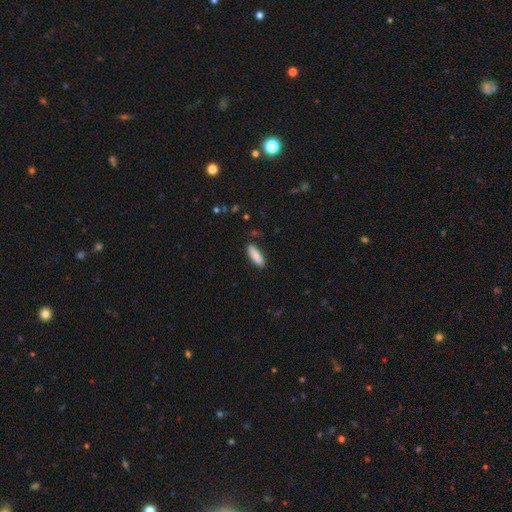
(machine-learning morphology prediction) Q: Smooth or featured?
A: smooth (85%); runner-up: featured or disk (9%)
Q: How rounded?
A: cigar-shaped (51%); runner-up: in between (48%)
Q: Merging?
A: none (85%); runner-up: minor disturbance (11%)